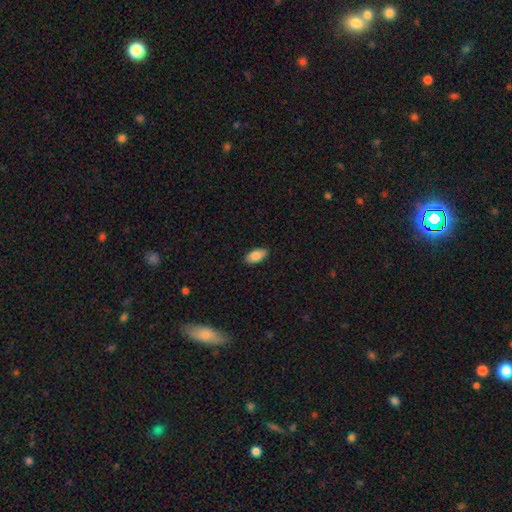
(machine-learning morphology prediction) The model was most divided on "smooth or featured": smooth: 84%, featured or disk: 9%, star or artifact: 7%. More confident: how rounded — in between (93%); merging — none (87%).